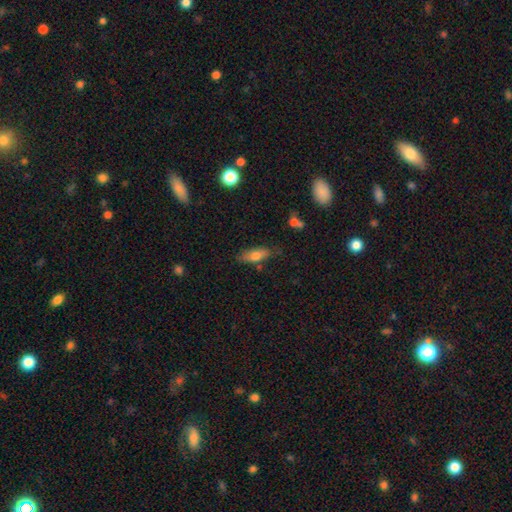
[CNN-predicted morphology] Overall: smooth (72%). How rounded: in between (69%). Merging: none (71%).